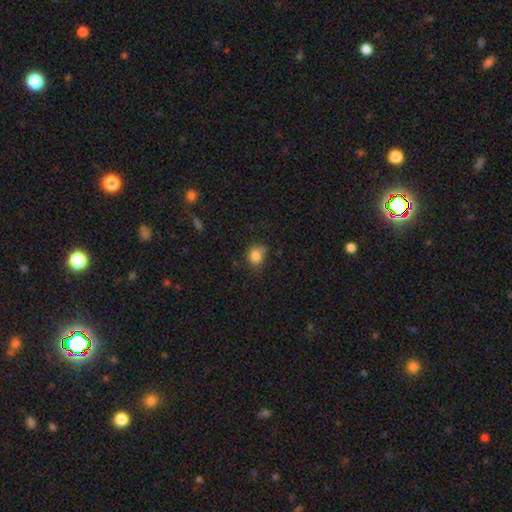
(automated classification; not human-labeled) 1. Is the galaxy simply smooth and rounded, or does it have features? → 83% smooth, 11% star or artifact, 6% featured or disk.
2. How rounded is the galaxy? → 64% round, 35% in between, 1% cigar-shaped.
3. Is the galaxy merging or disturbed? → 58% none, 29% minor disturbance, 8% major disturbance, 5% merger.